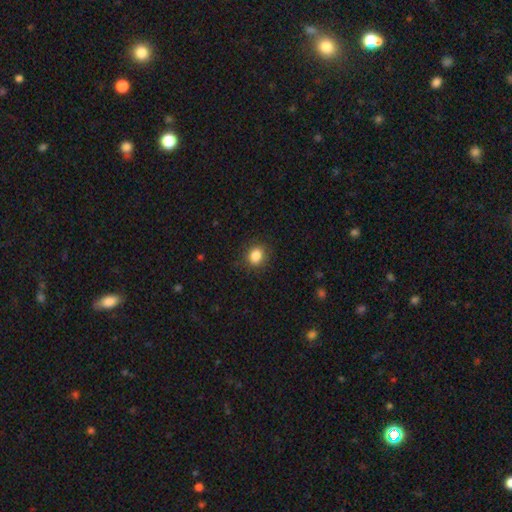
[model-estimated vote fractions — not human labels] Q: Smooth or featured?
A: smooth (86%); runner-up: star or artifact (10%)
Q: How rounded?
A: round (62%); runner-up: in between (37%)
Q: Merging?
A: none (87%); runner-up: minor disturbance (9%)